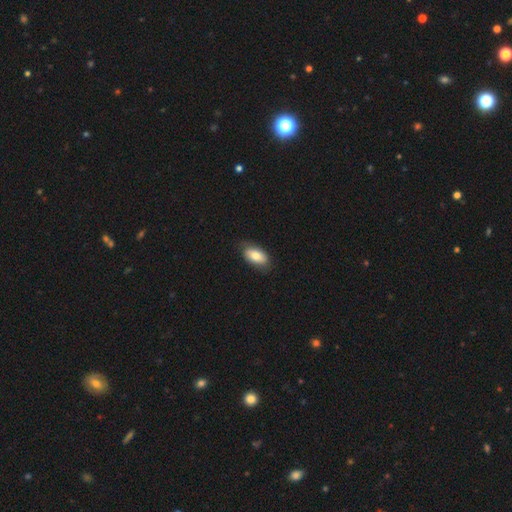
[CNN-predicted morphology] Smooth or featured? Predicted: smooth (p=0.78). How rounded? Predicted: in between (p=0.92). Merging? Predicted: none (p=0.77).